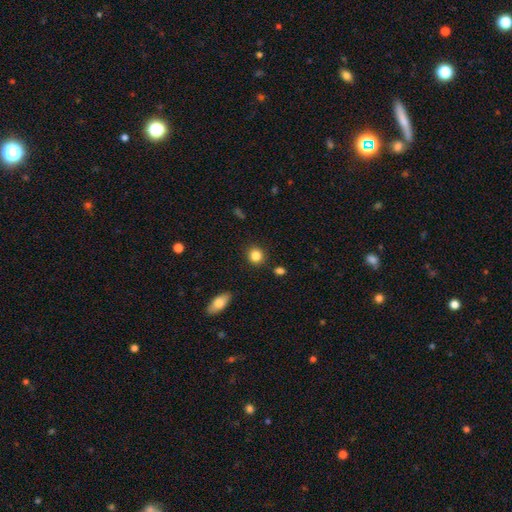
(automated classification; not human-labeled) smooth 86%, star or artifact 10%, featured or disk 5%. Down the decision tree: how rounded — round (85%); merging — none (89%).